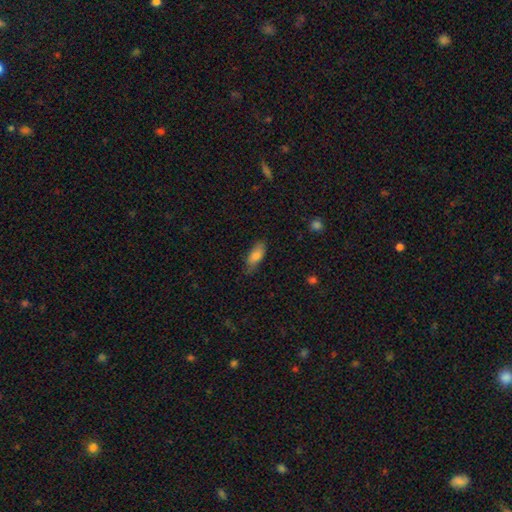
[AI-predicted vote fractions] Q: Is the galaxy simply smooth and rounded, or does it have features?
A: smooth — 81%.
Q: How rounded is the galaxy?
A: in between — 79%.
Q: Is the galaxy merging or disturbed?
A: none — 72%.